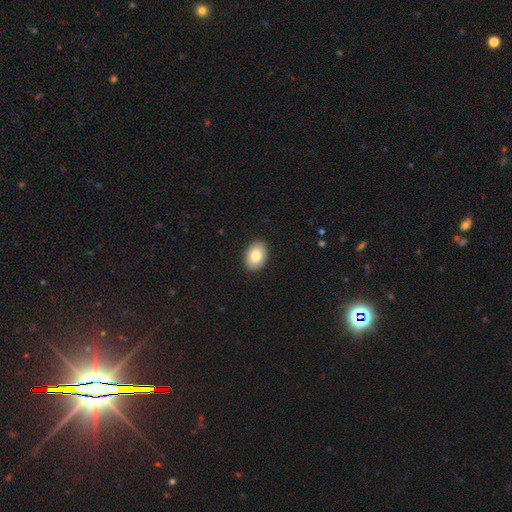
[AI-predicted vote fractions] Morphology: type=smooth (84%); roundness=in between (82%); merging=none (90%).